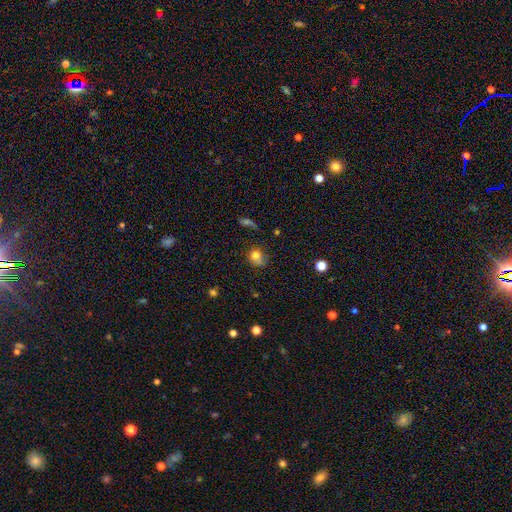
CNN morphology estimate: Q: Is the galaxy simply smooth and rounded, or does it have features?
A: smooth — 77%.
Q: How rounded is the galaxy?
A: round — 67%.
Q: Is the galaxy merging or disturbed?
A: none — 54%.